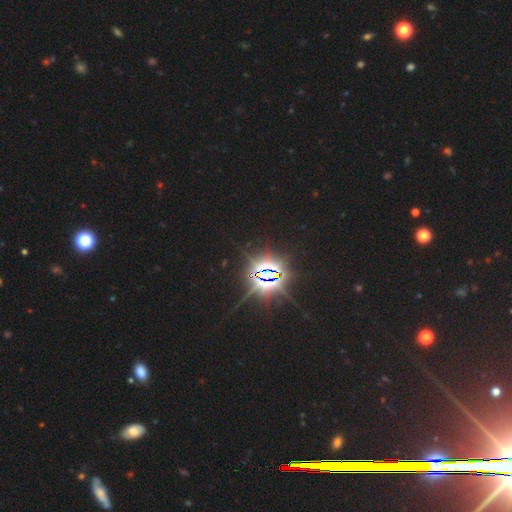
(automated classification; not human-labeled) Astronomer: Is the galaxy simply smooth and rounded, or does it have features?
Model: star or artifact — 81%.